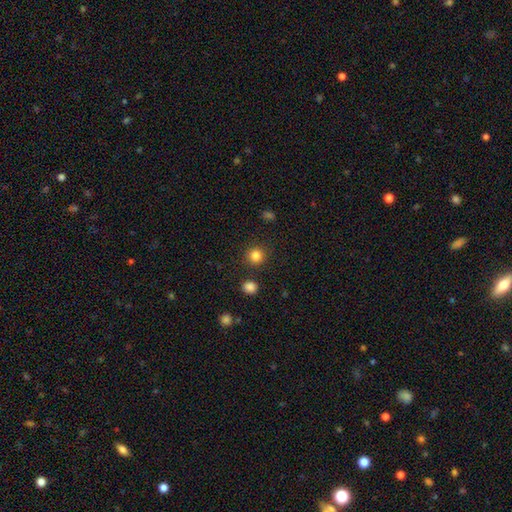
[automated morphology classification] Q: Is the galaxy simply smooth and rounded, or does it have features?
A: smooth — 84%.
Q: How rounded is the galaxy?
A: round — 93%.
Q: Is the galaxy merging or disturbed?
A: none — 89%.